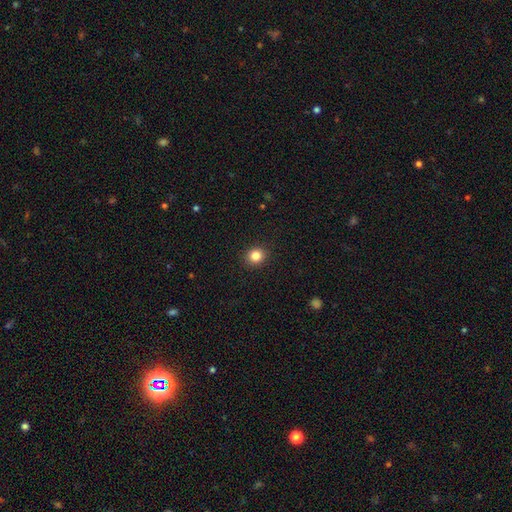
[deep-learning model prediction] Q: Smooth or featured?
A: smooth (84%); runner-up: star or artifact (11%)
Q: How rounded?
A: round (83%); runner-up: in between (17%)
Q: Merging?
A: none (92%); runner-up: minor disturbance (5%)